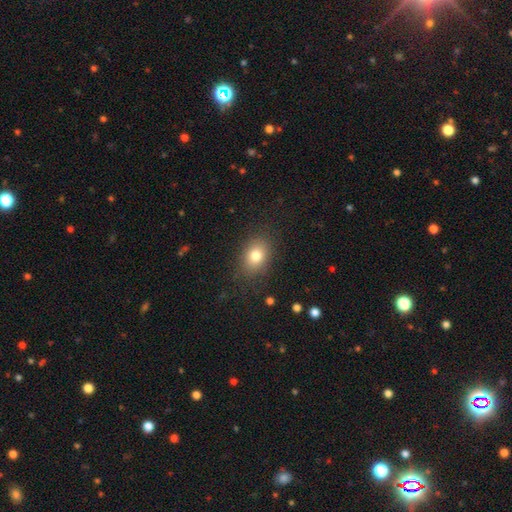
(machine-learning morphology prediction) Overall: smooth (79%). How rounded: in between (68%; round 31%). Merging: none (84%).